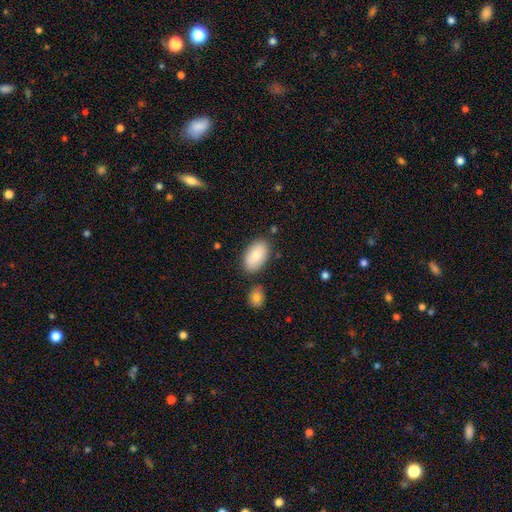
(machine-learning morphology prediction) smooth-or-featured: smooth: 81% | featured or disk: 13% | star or artifact: 6%
  how-rounded: in between: 94% | round: 4% | cigar-shaped: 1%
  merging: none: 77% | minor disturbance: 13% | merger: 7% | major disturbance: 3%